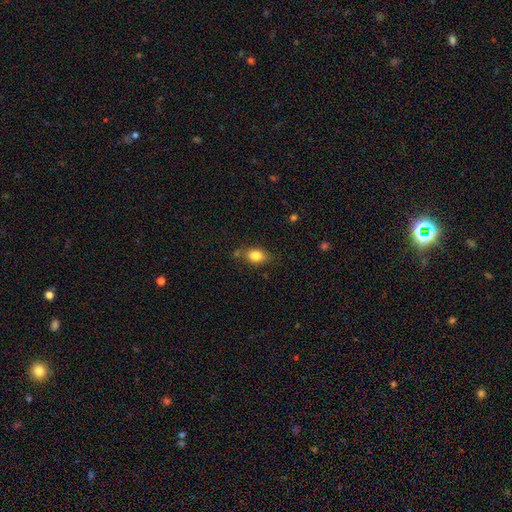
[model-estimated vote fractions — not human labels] smooth 82%, star or artifact 9%, featured or disk 9%. Down the decision tree: how rounded — in between (78%); merging — none (73%).